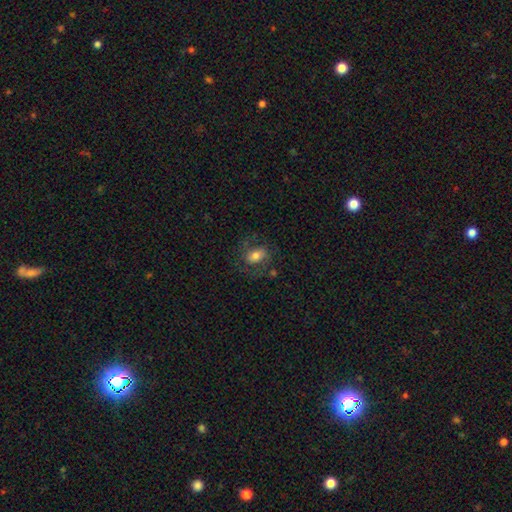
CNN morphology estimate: type=smooth (63%); roundness=in between (78%); merging=none (60%).